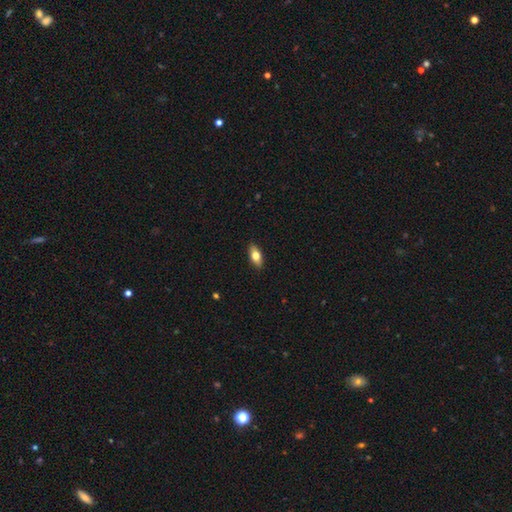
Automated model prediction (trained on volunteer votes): A smooth galaxy with no disk features (71%) that is in between round and cigar-shaped (82%). Merging: none (89%).